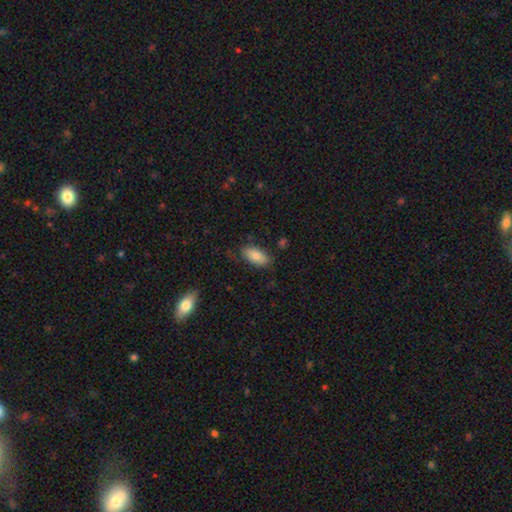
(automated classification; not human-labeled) Q: Smooth or featured?
A: smooth (81%); runner-up: featured or disk (12%)
Q: How rounded?
A: in between (90%); runner-up: cigar-shaped (7%)
Q: Merging?
A: none (78%); runner-up: minor disturbance (17%)